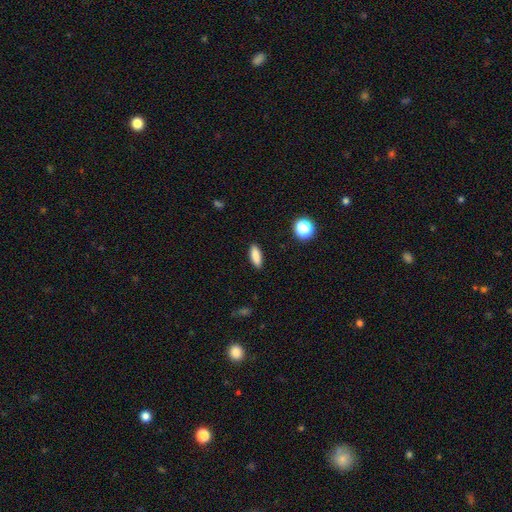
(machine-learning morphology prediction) Smooth or featured? Predicted: smooth (p=0.86). How rounded? Predicted: in between (p=0.57). Merging? Predicted: none (p=0.90).